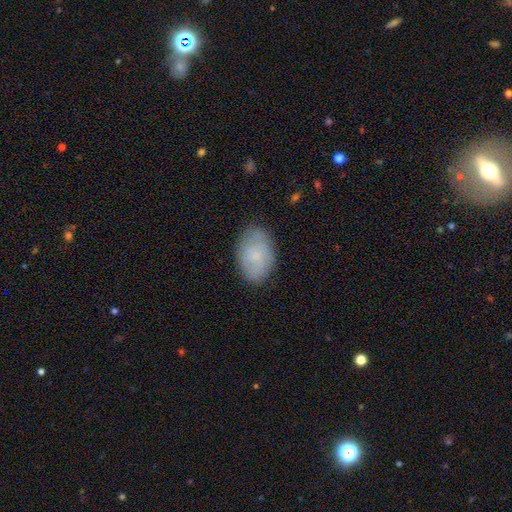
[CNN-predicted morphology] smooth_or_featured: smooth (p=0.65) [alt: featured or disk p=0.27]
how_rounded: in between (p=0.85) [alt: round p=0.14]
merging: none (p=0.77) [alt: minor disturbance p=0.18]